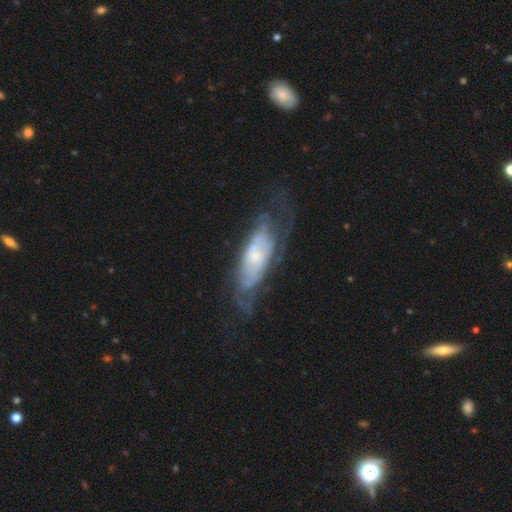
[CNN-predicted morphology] Smooth or featured? featured or disk (66%)
Edge-on disk? no (80%)
Bar? no (71%)
Spiral arms? yes (69%)
Bulge size? small (50%)
Merging? none (51%)